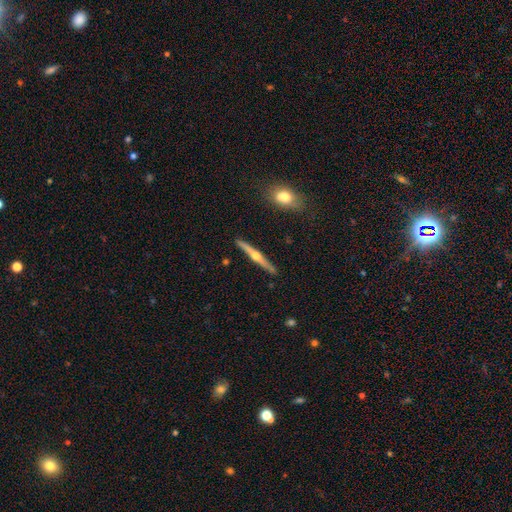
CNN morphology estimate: The model was most divided on "smooth or featured": featured or disk: 78%, smooth: 17%, star or artifact: 5%. More confident: edge-on disk — yes (98%); edge-on bulge — rounded (95%); merging — none (91%).